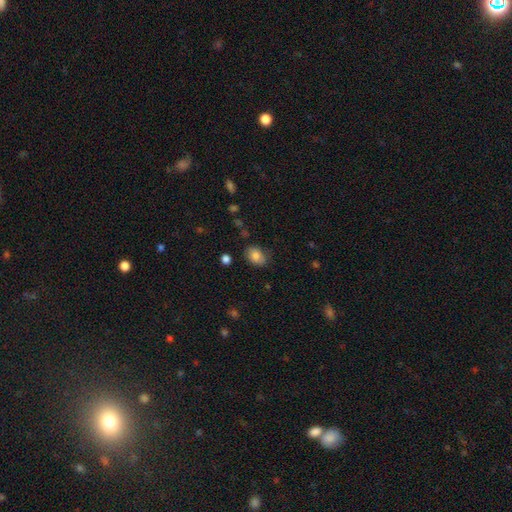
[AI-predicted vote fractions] The model was most divided on "how rounded": in between: 76%, round: 23%, cigar-shaped: 1%. More confident: smooth or featured — smooth (82%); merging — none (76%).